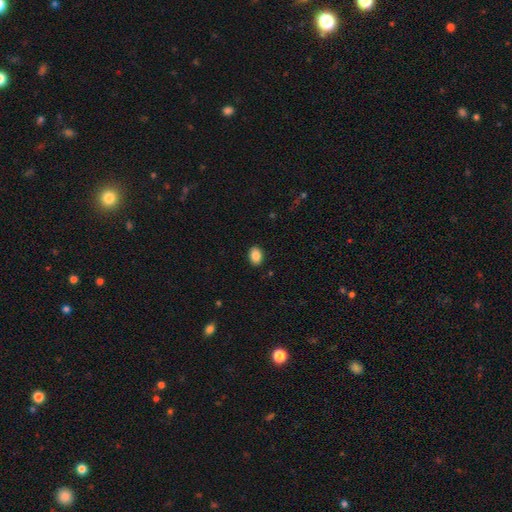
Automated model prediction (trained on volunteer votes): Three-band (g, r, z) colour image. It shows a smooth galaxy with no disk features (87%) that is in between round and cigar-shaped (80%). Merging: none (90%).